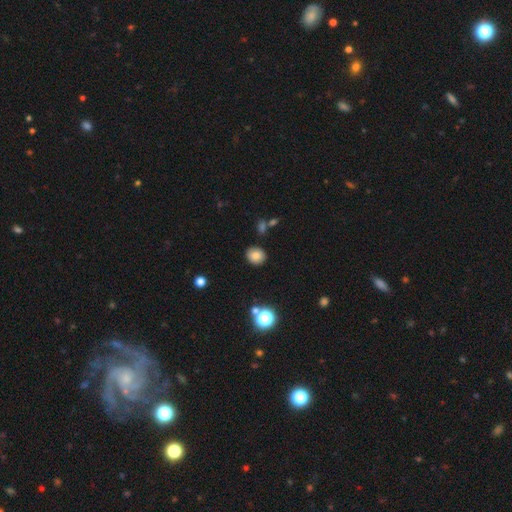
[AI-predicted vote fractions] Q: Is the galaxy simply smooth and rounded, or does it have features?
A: smooth — 82%.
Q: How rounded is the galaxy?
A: round — 76%.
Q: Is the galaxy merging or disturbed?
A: none — 87%.